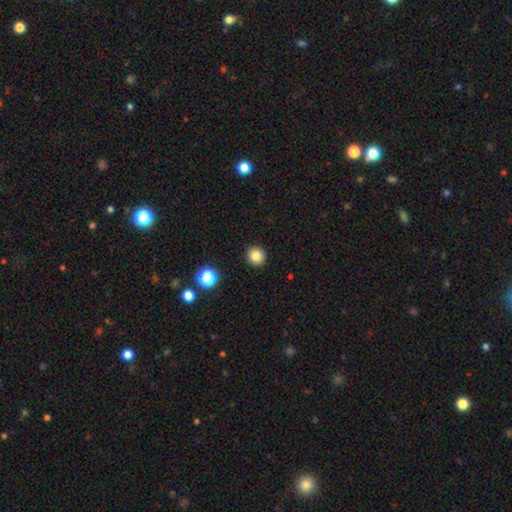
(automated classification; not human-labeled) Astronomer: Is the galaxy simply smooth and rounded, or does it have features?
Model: smooth — 83%.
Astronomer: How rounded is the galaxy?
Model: round — 91%.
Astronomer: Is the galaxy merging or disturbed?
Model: none — 92%.